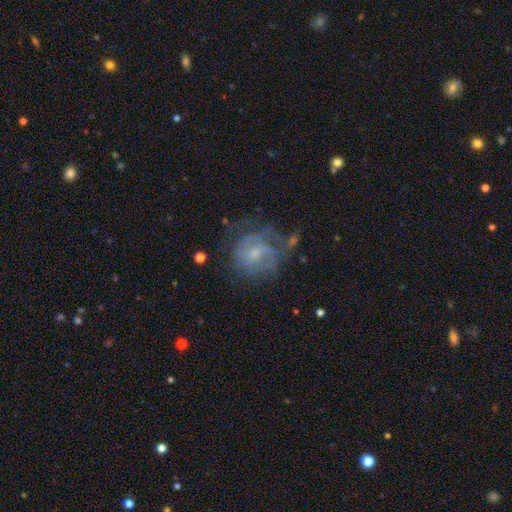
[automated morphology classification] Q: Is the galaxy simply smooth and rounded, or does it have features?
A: featured or disk — 59%.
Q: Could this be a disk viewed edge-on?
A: no — 97%.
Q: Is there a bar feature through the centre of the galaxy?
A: no — 52%.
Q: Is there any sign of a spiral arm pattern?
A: yes — 80%.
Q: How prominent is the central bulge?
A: small — 57%.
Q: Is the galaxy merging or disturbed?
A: none — 68%.